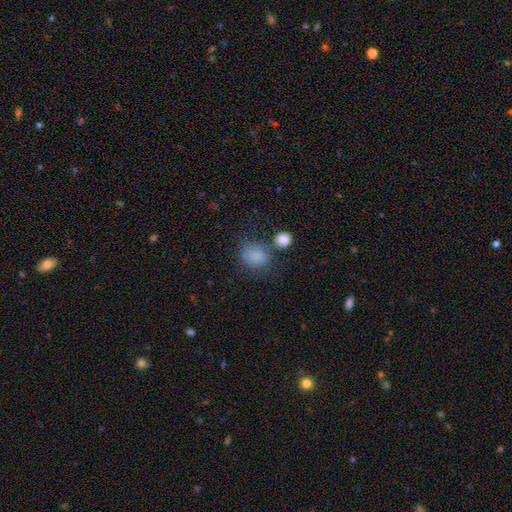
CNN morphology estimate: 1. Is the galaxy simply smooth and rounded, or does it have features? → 82% smooth, 11% star or artifact, 7% featured or disk.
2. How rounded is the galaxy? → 60% round, 39% in between, 1% cigar-shaped.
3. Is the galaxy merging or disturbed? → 57% none, 20% minor disturbance, 13% merger, 10% major disturbance.